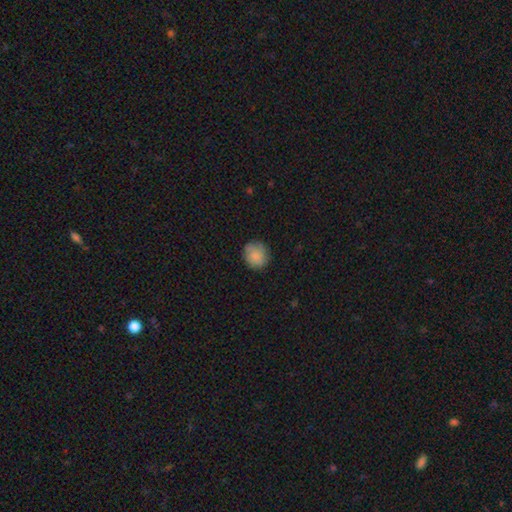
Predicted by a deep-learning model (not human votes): smooth_or_featured: smooth (p=0.80) [alt: featured or disk p=0.13]
how_rounded: round (p=0.82) [alt: in between p=0.17]
merging: none (p=0.79) [alt: minor disturbance p=0.16]